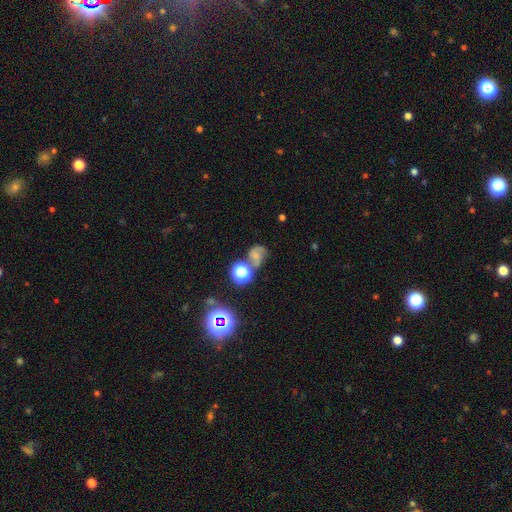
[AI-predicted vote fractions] smooth 39%, featured or disk 35%, star or artifact 26%. Down the decision tree: merging — none (43%).